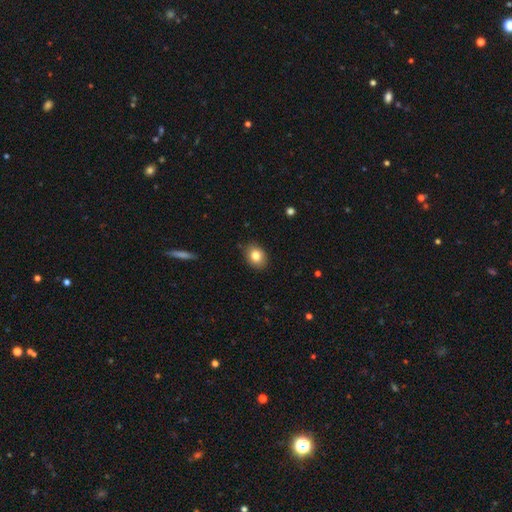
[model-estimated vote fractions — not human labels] smooth_or_featured: smooth (p=0.82) [alt: star or artifact p=0.09]
how_rounded: in between (p=0.58) [alt: round p=0.41]
merging: none (p=0.86) [alt: minor disturbance p=0.10]